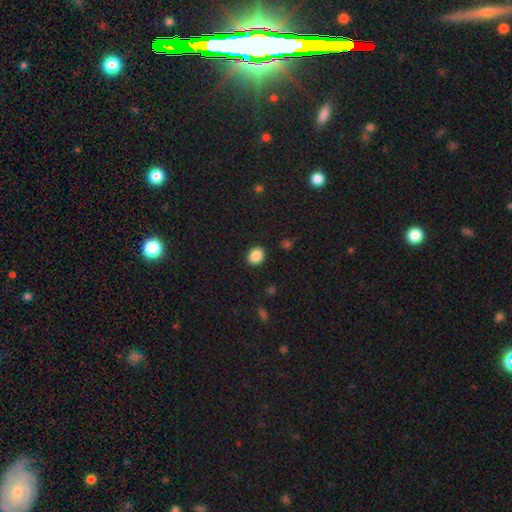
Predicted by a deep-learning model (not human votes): Morphology: type=smooth (88%); roundness=in between (60%); merging=none (88%).